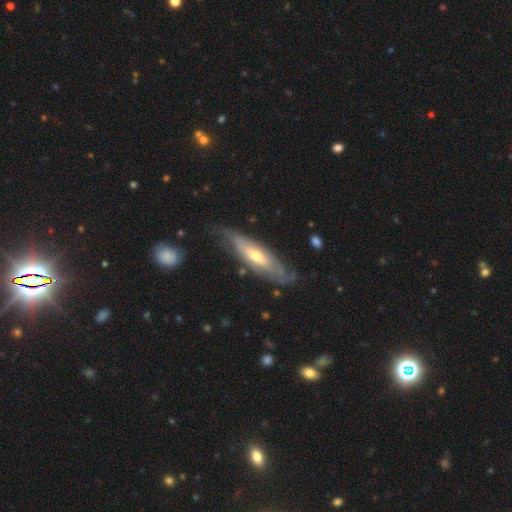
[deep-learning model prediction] Morphology: type=featured or disk (65%); edge-on=no (58%); merging=none (66%).